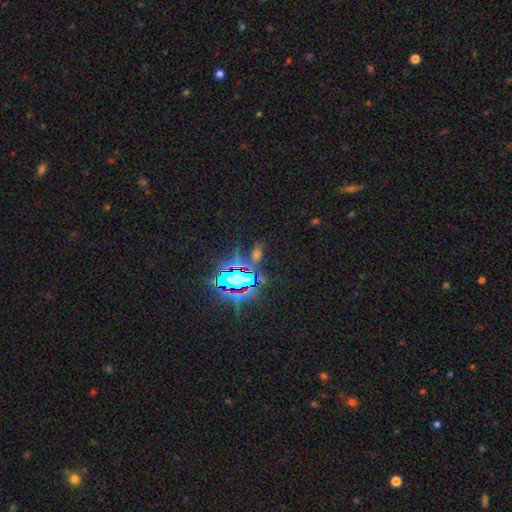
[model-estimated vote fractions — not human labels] Overall: star or artifact (73%).